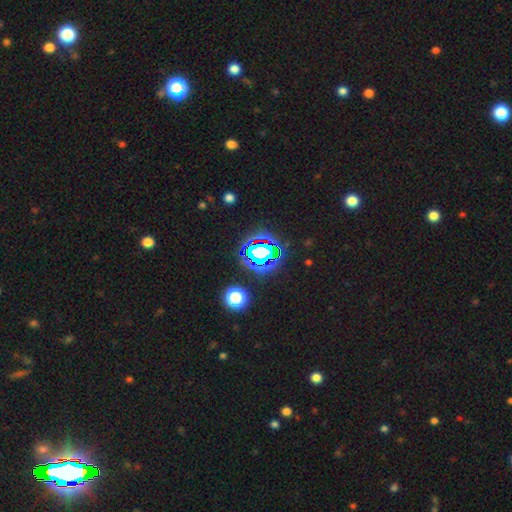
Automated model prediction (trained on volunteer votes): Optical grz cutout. It shows a star or artifact, not a galaxy (68%).